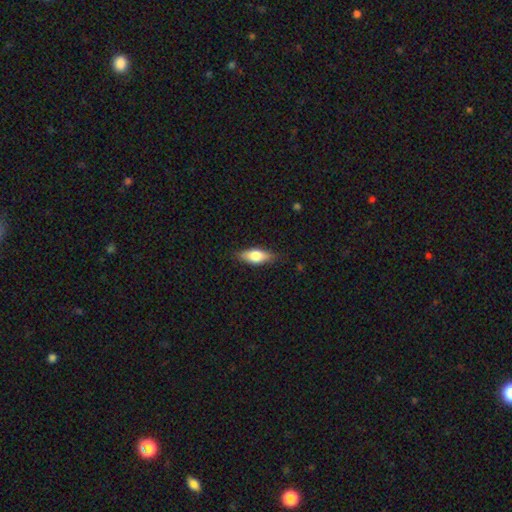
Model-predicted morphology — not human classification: This appears to be a smooth galaxy with no disk features (69%) that is in between round and cigar-shaped (76%). Merging: none (83%).